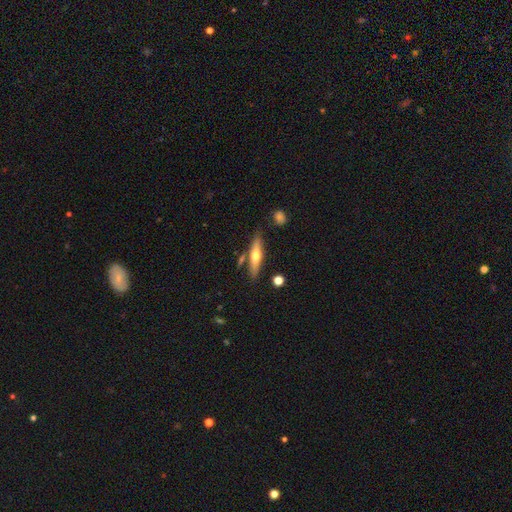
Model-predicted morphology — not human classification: Overall: smooth (49%; featured or disk 45%). Merging: none (76%).